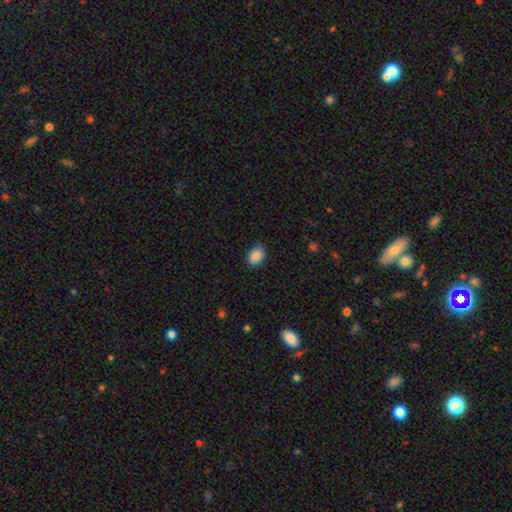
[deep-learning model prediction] Morphology: type=smooth (87%); roundness=in between (78%); merging=none (83%).